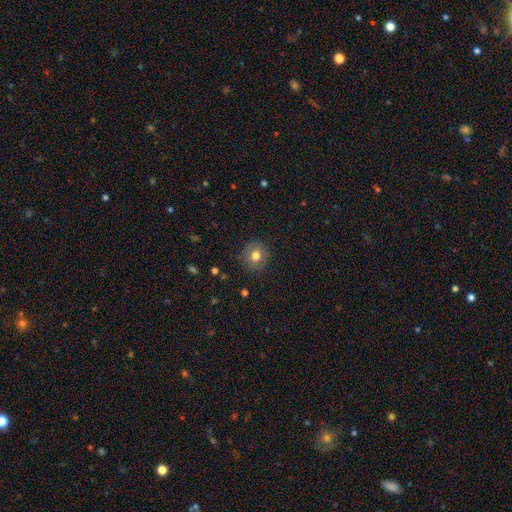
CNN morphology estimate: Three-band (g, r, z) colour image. It shows a smooth galaxy with no disk features (73%) that is round (86%). Merging: none (87%).